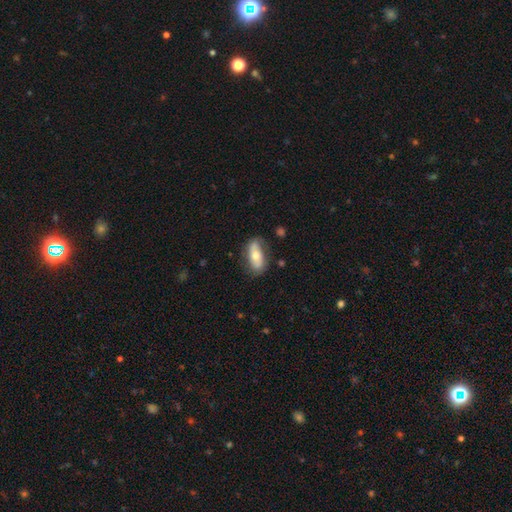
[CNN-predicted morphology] smooth-or-featured: smooth: 56% | featured or disk: 38% | star or artifact: 6%
  how-rounded: in between: 84% | cigar-shaped: 11% | round: 4%
  merging: none: 72% | minor disturbance: 20% | major disturbance: 6% | merger: 2%